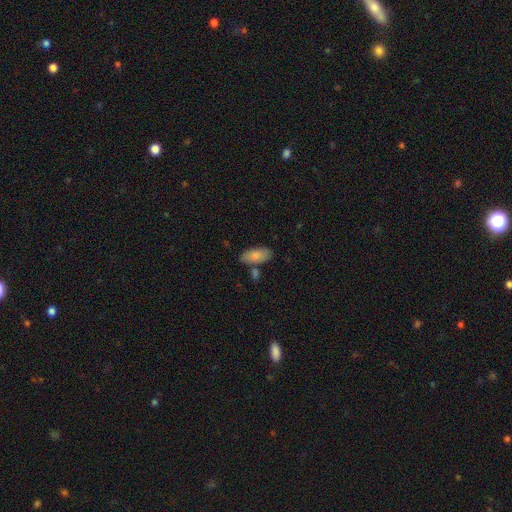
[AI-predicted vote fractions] A smooth galaxy with no disk features (84%) that is in between round and cigar-shaped (88%). Merging: none (72%).